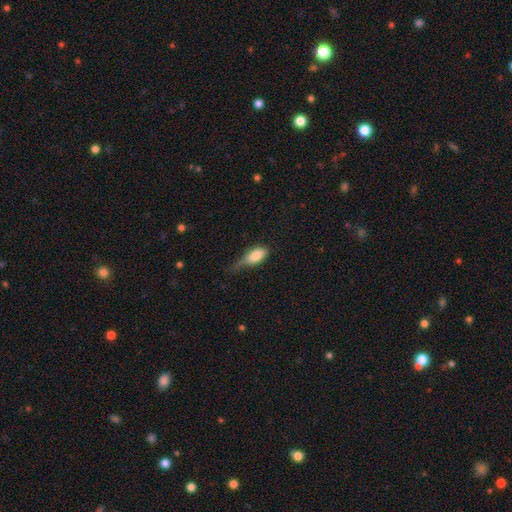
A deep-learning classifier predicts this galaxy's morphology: Smooth or featured? Predicted: smooth (p=0.78). How rounded? Predicted: in between (p=0.84). Merging? Predicted: minor disturbance (p=0.41).